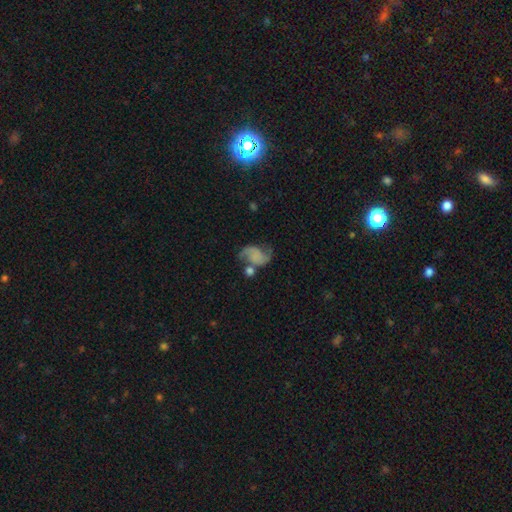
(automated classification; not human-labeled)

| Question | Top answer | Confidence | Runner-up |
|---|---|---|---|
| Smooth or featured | featured or disk | 74% | smooth (17%) |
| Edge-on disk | no | 98% | yes (2%) |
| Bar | no | 71% | weak (24%) |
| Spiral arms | yes | 94% | no (6%) |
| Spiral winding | loose | 55% | medium (35%) |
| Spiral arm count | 2 | 91% | 1 (3%) |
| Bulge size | none | 67% | small (18%) |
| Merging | none | 48% | minor disturbance (19%) |